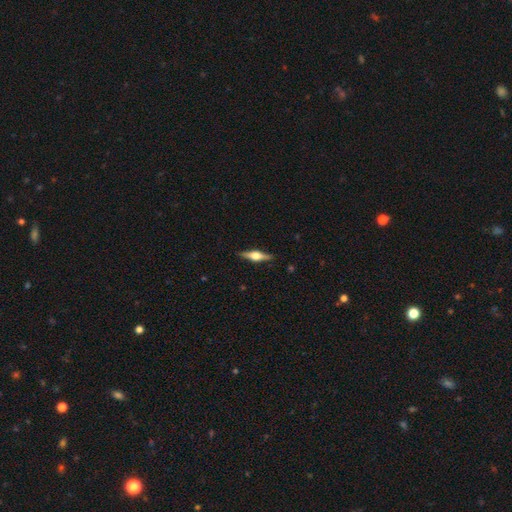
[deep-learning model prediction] smooth_or_featured: featured or disk (p=0.72) [alt: smooth p=0.23]
disk_edge_on: yes (p=0.97) [alt: no p=0.03]
edge_on_bulge: rounded (p=0.93) [alt: boxy p=0.05]
merging: none (p=0.90) [alt: minor disturbance p=0.08]